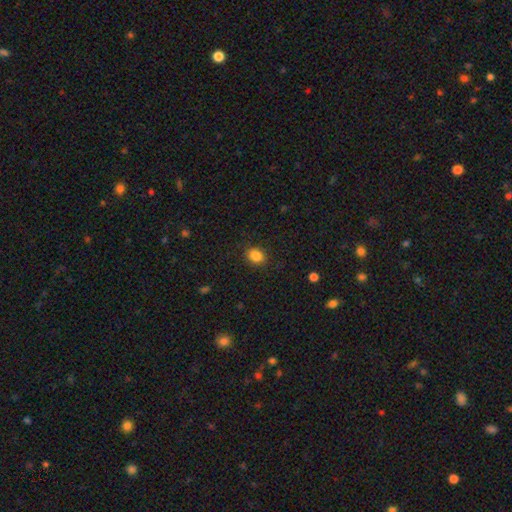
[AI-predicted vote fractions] A smooth galaxy with no disk features (86%) that is in between round and cigar-shaped (53%). Merging: none (86%).